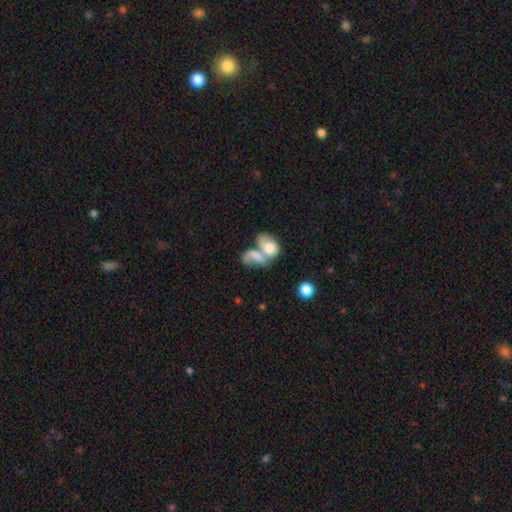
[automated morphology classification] A smooth galaxy with no disk features (65%) that is in between round and cigar-shaped (77%).

Vote fractions:
- Smooth or featured? smooth: 65% / featured or disk: 26% / star or artifact: 9%
- How rounded? in between: 77% / round: 20% / cigar-shaped: 2%
- Merging? merger: 71% / major disturbance: 11% / none: 11% / minor disturbance: 6%